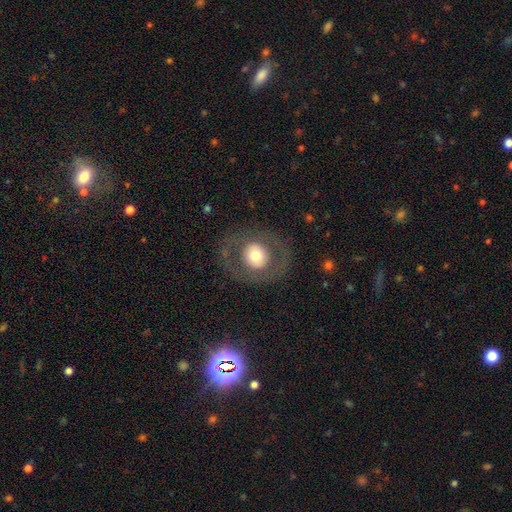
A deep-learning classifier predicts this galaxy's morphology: Overall: smooth (52%; featured or disk 41%). How rounded: round (82%). Merging: none (79%).